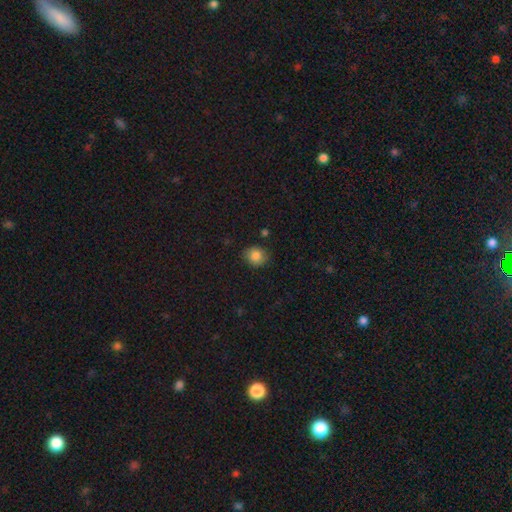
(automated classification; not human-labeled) Morphology: type=smooth (84%); roundness=round (71%); merging=none (83%).